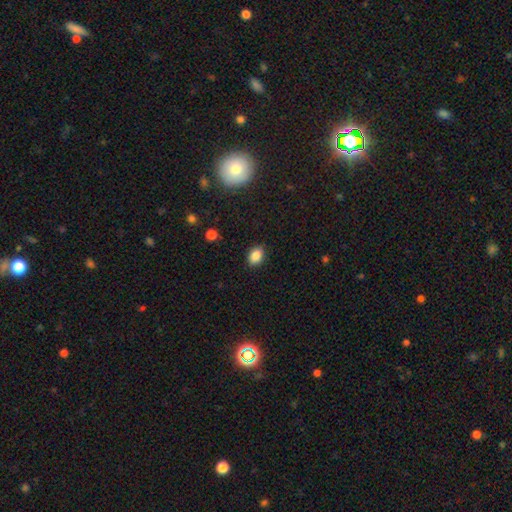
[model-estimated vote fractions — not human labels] Smooth or featured? Predicted: smooth (p=0.87). How rounded? Predicted: in between (p=0.77). Merging? Predicted: none (p=0.88).